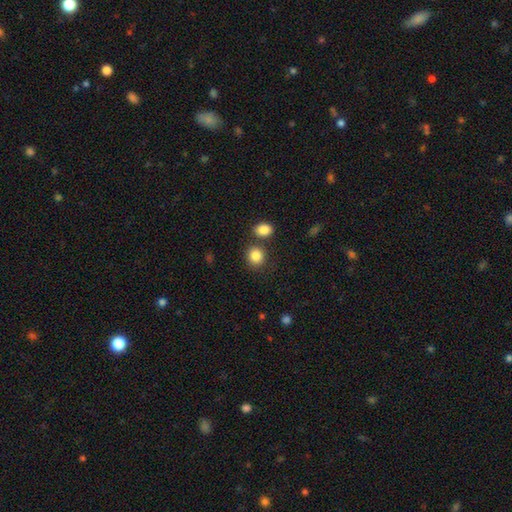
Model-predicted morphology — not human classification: Smooth or featured?
  - smooth: 86% *
  - star or artifact: 9%
  - featured or disk: 5%
How rounded?
  - round: 78% *
  - in between: 21%
  - cigar-shaped: 1%
Merging?
  - none: 73% *
  - merger: 16%
  - minor disturbance: 8%
  - major disturbance: 3%